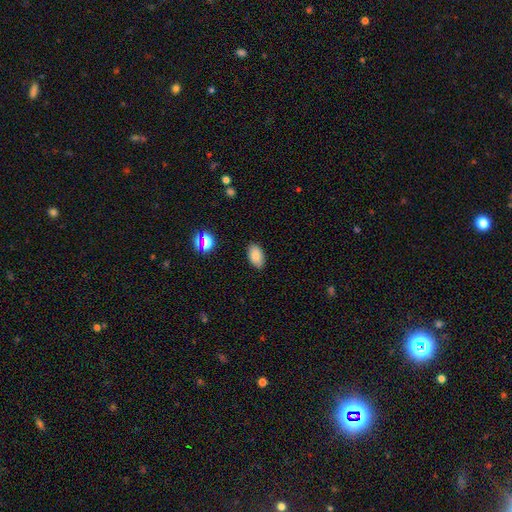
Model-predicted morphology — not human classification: Overall: smooth (81%). How rounded: in between (93%). Merging: none (86%).